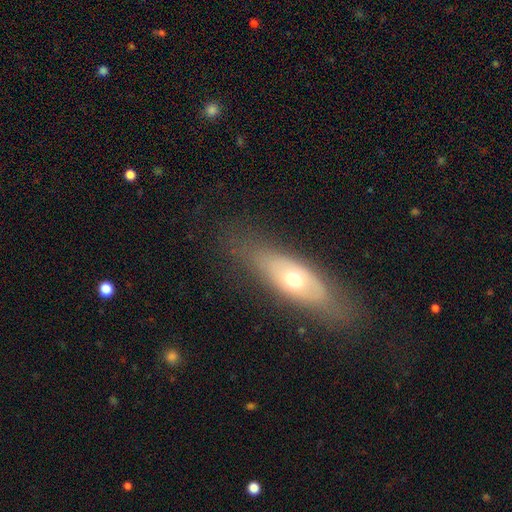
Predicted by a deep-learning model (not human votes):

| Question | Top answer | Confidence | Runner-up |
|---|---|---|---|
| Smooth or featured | featured or disk | 48% | smooth (43%) |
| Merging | none | 81% | minor disturbance (13%) |